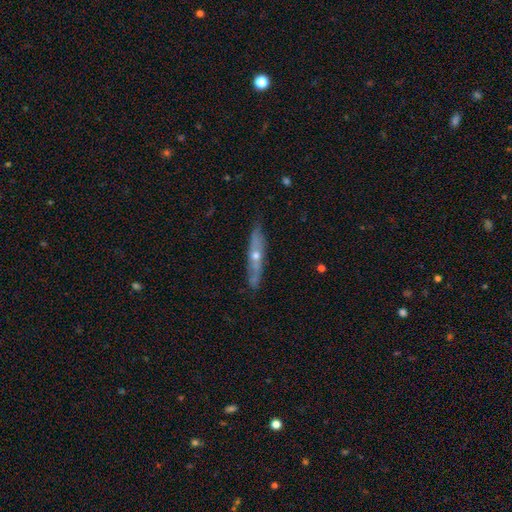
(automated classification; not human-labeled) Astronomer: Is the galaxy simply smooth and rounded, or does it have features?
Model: featured or disk — 62%.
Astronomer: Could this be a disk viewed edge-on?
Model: yes — 80%.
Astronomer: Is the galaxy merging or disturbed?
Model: none — 81%.